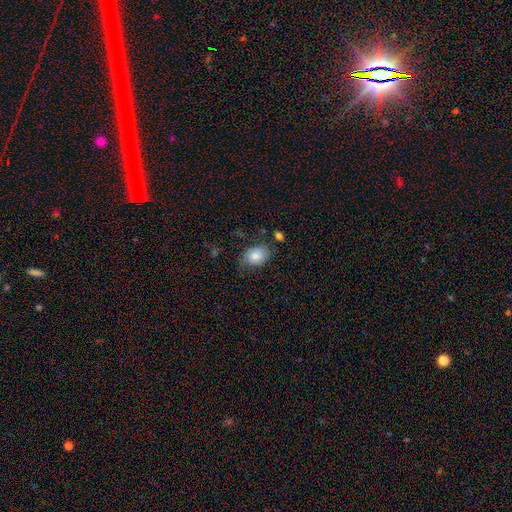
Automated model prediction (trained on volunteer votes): This is clearly a smooth galaxy (82%). How rounded: likely in between (79%). Merging: likely none (61%).